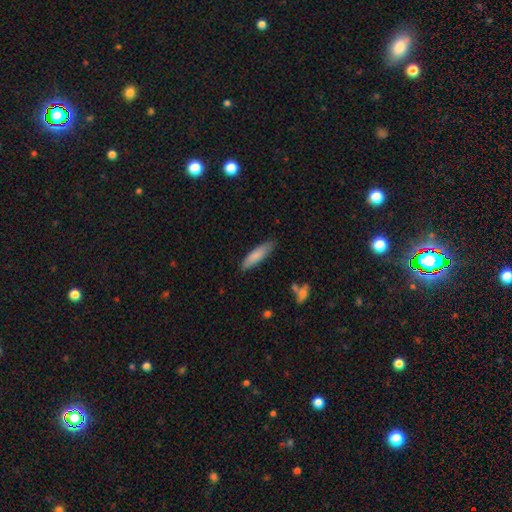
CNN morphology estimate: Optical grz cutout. It shows a smooth galaxy with no disk features (83%) that is cigar-shaped (67%). Merging: none (83%).